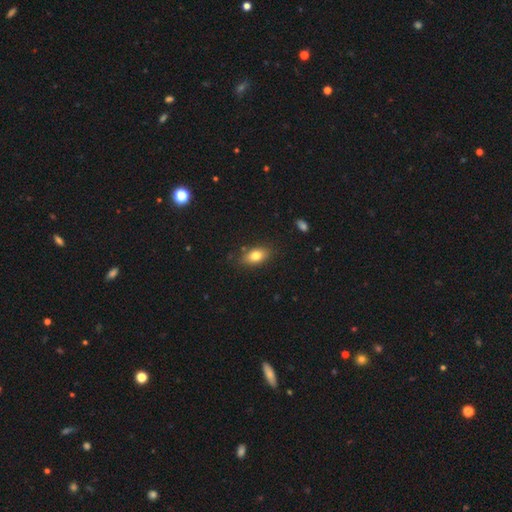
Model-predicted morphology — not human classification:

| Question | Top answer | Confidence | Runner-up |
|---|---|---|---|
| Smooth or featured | smooth | 79% | featured or disk (13%) |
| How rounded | in between | 85% | round (10%) |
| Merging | none | 83% | minor disturbance (13%) |